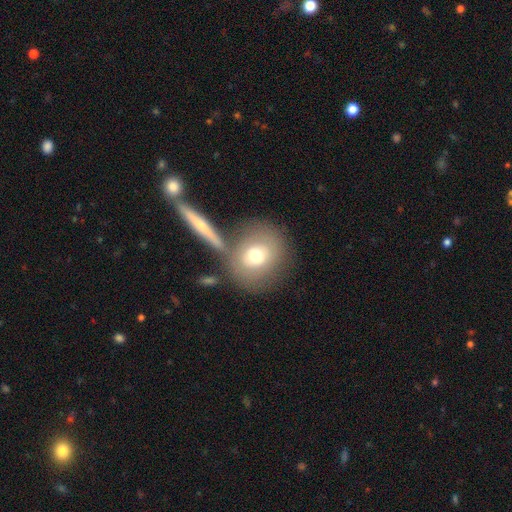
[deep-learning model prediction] smooth-or-featured: smooth: 67% | featured or disk: 24% | star or artifact: 8%
  how-rounded: round: 74% | in between: 24% | cigar-shaped: 2%
  merging: none: 60% | merger: 21% | minor disturbance: 13% | major disturbance: 6%